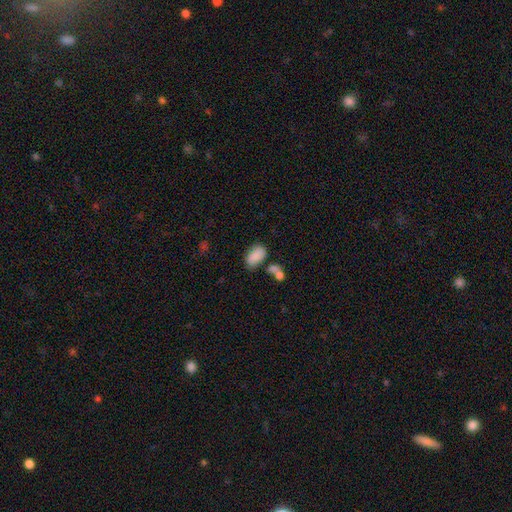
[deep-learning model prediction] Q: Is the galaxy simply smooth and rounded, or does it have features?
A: smooth — 85%.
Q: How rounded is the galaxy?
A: in between — 92%.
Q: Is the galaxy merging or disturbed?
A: none — 58%.